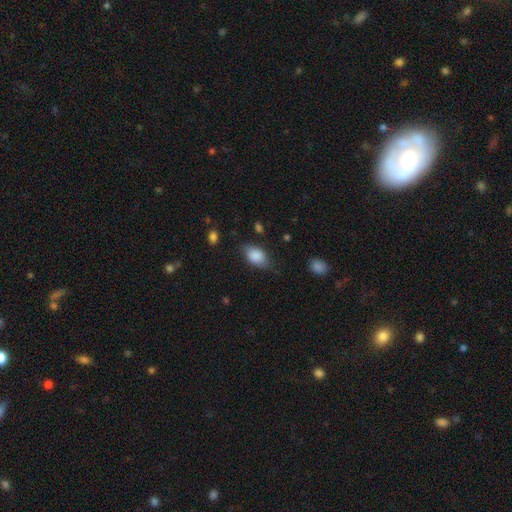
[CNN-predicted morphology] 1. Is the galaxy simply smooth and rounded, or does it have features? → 86% smooth, 7% featured or disk, 7% star or artifact.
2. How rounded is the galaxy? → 89% in between, 9% round, 2% cigar-shaped.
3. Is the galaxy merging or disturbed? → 72% none, 21% minor disturbance, 6% major disturbance, 2% merger.